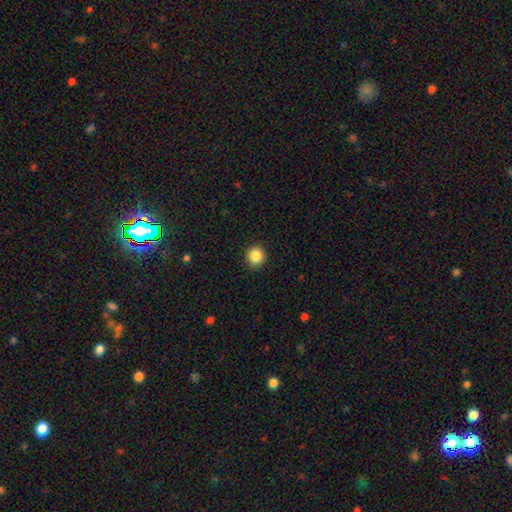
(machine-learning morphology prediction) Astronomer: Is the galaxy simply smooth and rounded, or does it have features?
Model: smooth — 86%.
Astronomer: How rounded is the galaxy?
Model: round — 91%.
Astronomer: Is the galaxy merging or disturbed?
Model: none — 90%.